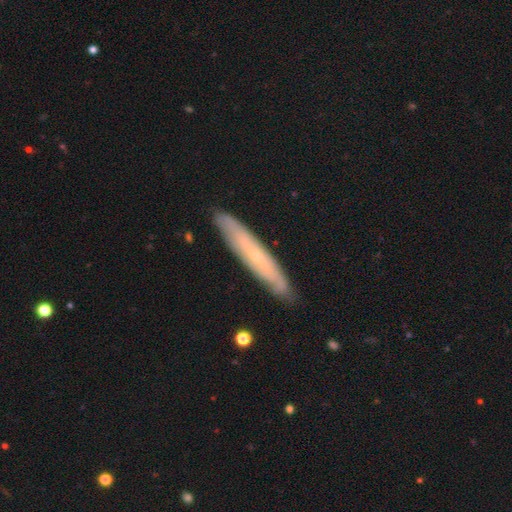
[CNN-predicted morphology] Overall: featured or disk (59%; smooth 34%). Edge-on disk: yes (65%; no 35%). Merging: none (86%).